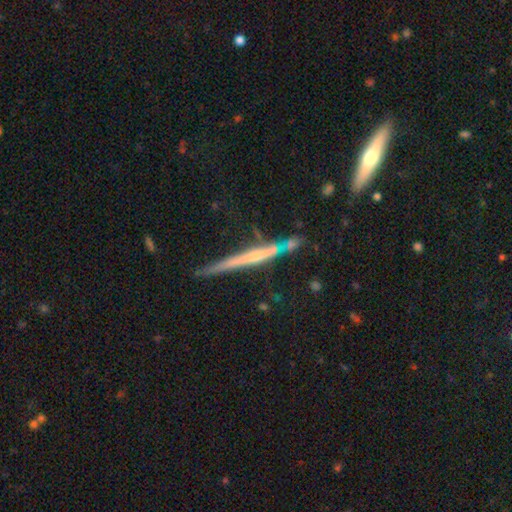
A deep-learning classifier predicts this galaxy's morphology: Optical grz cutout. It shows a featured or disk galaxy (65%) viewed edge-on (95%) with no central bulge (59%). Merging: none (64%).